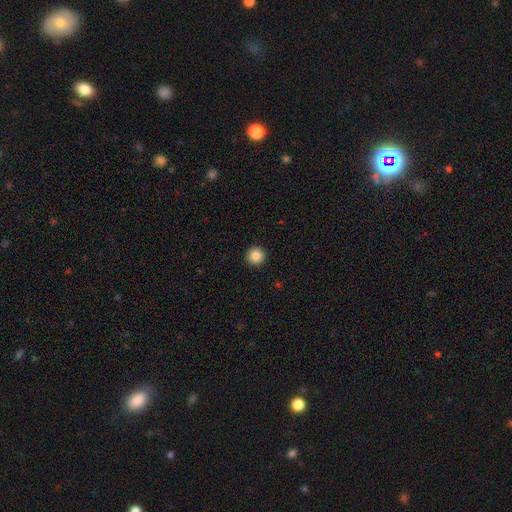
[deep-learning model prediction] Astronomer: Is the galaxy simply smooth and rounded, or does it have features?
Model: smooth — 87%.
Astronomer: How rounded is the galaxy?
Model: round — 96%.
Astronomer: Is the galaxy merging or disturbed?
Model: none — 93%.